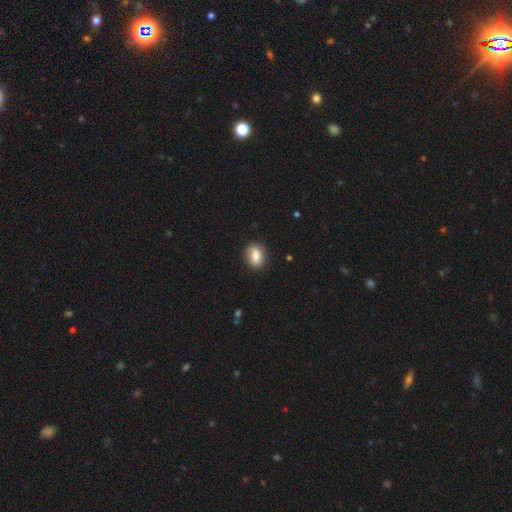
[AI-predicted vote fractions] Smooth or featured?
  - smooth: 81% *
  - featured or disk: 11%
  - star or artifact: 8%
How rounded?
  - in between: 72% *
  - round: 24%
  - cigar-shaped: 4%
Merging?
  - none: 70% *
  - minor disturbance: 20%
  - major disturbance: 5%
  - merger: 4%